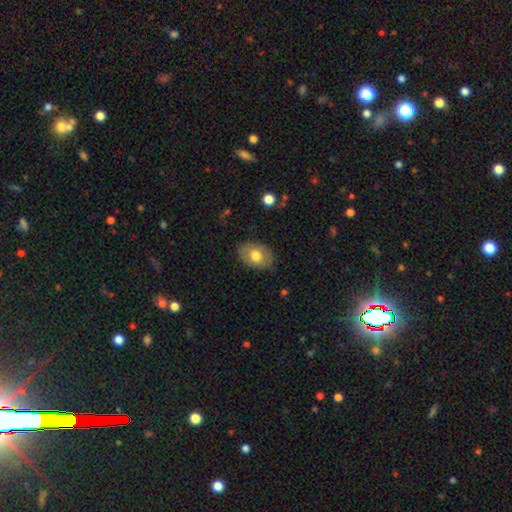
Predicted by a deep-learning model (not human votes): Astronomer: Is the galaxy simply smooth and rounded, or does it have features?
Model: smooth — 70%.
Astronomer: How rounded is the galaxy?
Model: in between — 78%.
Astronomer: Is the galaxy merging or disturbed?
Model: none — 82%.